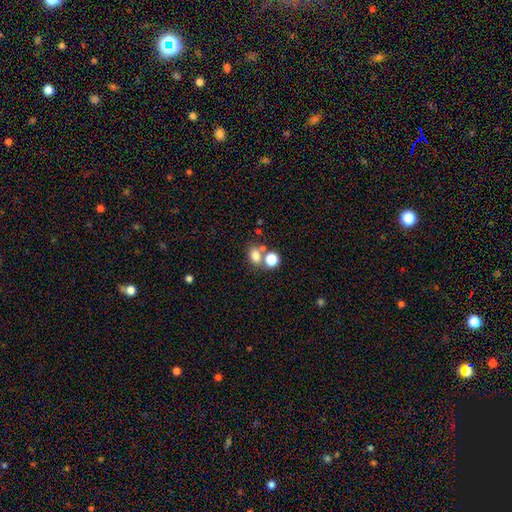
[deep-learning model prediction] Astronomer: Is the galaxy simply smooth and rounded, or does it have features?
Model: smooth — 77%.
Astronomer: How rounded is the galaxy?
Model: in between — 55% (runner-up: round, 44%).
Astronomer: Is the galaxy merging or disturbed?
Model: none — 51% (runner-up: merger, 35%).